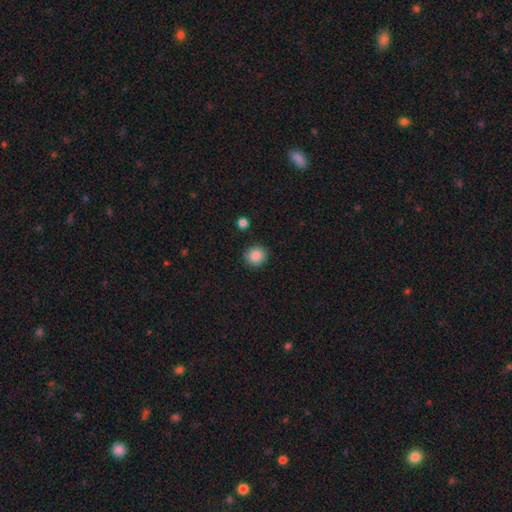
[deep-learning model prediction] Overall: smooth (88%). How rounded: round (92%). Merging: none (90%).